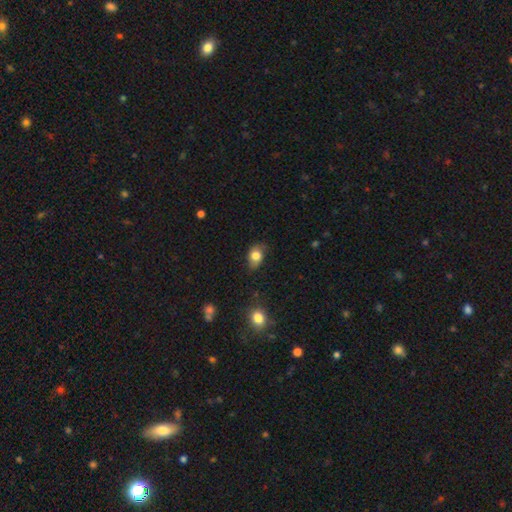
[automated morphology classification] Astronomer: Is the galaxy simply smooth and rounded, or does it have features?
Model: smooth — 78%.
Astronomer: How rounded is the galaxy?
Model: in between — 73%.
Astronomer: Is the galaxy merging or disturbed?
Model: none — 66%.